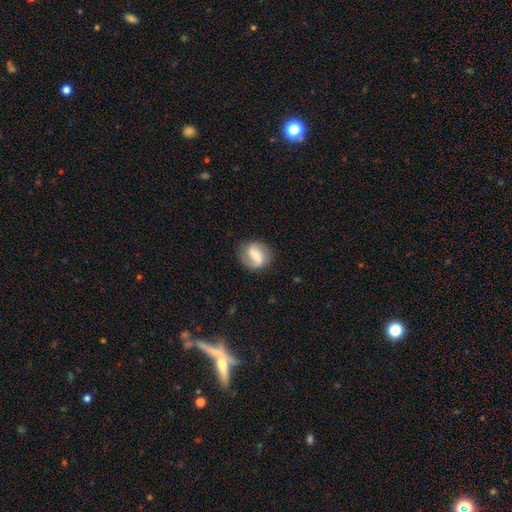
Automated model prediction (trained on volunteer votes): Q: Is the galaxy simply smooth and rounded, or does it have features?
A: featured or disk — 60%.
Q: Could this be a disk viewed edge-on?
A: no — 97%.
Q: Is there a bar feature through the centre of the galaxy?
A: strong — 42%.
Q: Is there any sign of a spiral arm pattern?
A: yes — 85%.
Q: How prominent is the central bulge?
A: small — 44%.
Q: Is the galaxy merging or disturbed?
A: none — 79%.